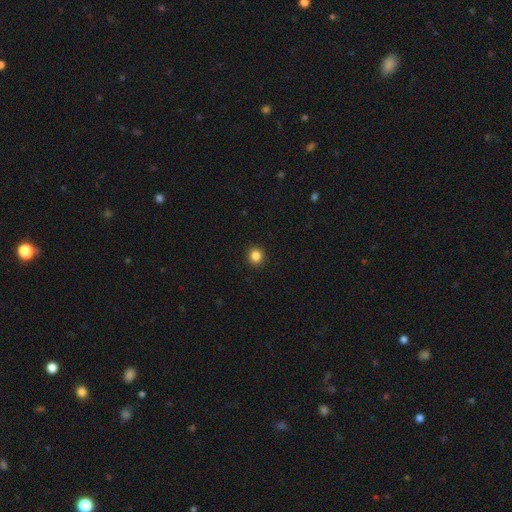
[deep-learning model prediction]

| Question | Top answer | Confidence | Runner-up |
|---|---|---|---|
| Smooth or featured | smooth | 85% | star or artifact (11%) |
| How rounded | round | 92% | in between (7%) |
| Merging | none | 93% | minor disturbance (4%) |